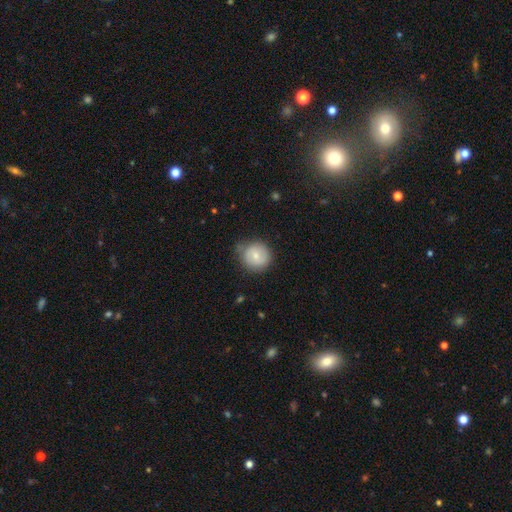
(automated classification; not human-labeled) smooth-or-featured: smooth: 68% | featured or disk: 25% | star or artifact: 7%
  how-rounded: round: 89% | in between: 10% | cigar-shaped: 1%
  merging: none: 69% | minor disturbance: 23% | major disturbance: 6% | merger: 2%